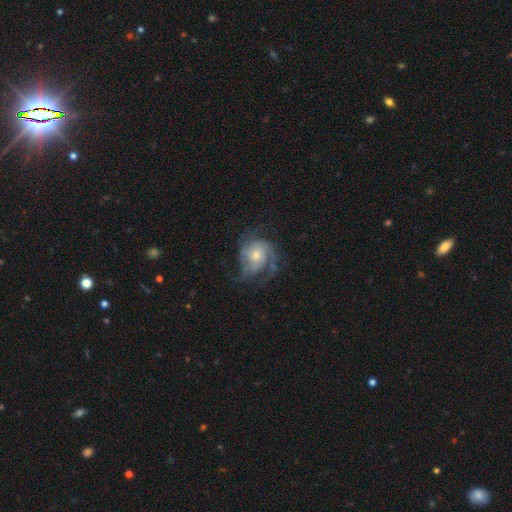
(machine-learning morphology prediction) This is likely a featured or disk galaxy (79%). It is clearly not viewed edge-on (98%). Bar: likely no (76%). Spiral arm pattern: clearly yes (91%). Spiral arm count: marginally 3 (35%). Spiral winding: marginally tight (42%). Central bulge: possibly moderate (54%). Merging: possibly none (58%).